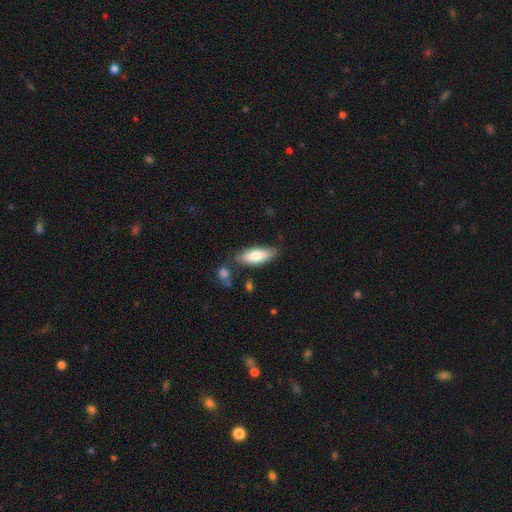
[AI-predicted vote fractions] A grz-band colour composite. It shows a smooth galaxy with no disk features (77%) that is in between round and cigar-shaped (72%). Merging: none (74%).